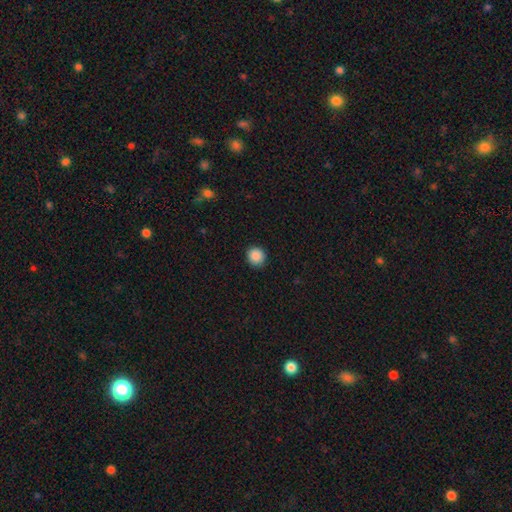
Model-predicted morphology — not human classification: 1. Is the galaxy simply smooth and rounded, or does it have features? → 88% smooth, 9% star or artifact, 3% featured or disk.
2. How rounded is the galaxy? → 92% round, 7% in between, 1% cigar-shaped.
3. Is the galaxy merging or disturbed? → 91% none, 6% minor disturbance, 2% major disturbance, 1% merger.